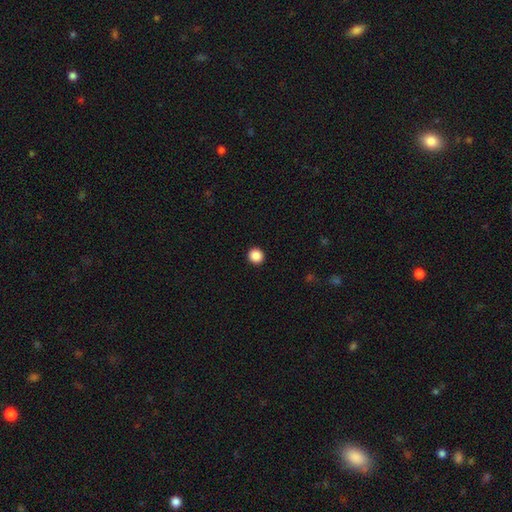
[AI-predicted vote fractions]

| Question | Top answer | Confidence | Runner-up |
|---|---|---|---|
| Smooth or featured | smooth | 88% | star or artifact (10%) |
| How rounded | round | 95% | in between (4%) |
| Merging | none | 94% | minor disturbance (4%) |